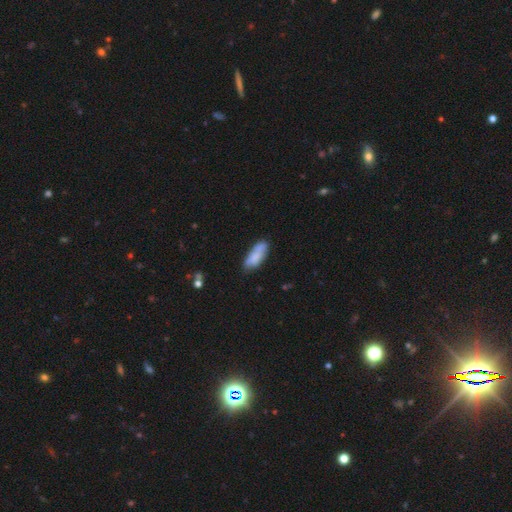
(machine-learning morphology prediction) Smooth or featured? smooth (73%)
How rounded? in between (73%)
Merging? none (58%)